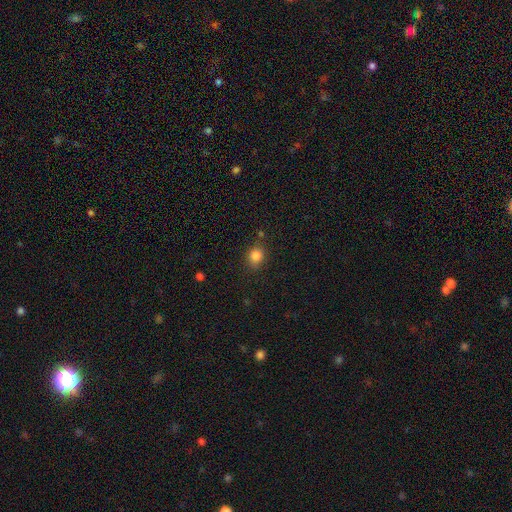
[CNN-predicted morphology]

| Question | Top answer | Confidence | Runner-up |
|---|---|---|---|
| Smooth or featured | smooth | 84% | star or artifact (11%) |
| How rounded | round | 72% | in between (27%) |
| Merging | none | 78% | minor disturbance (14%) |